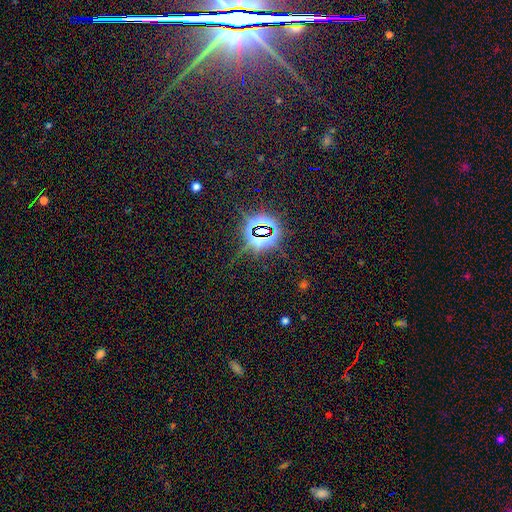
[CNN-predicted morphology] A star or artifact, not a galaxy (84%).